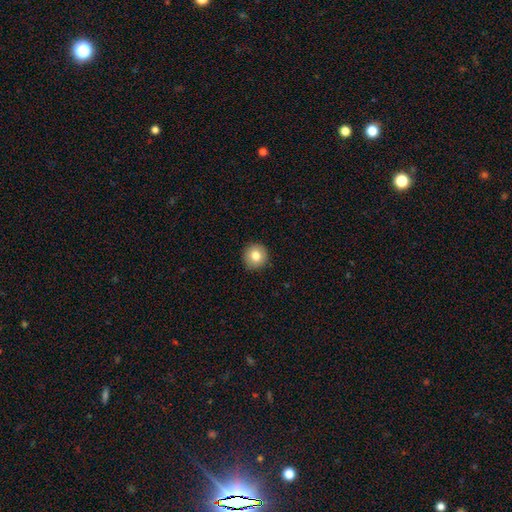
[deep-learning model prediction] Smooth or featured?
  - smooth: 81% *
  - featured or disk: 10%
  - star or artifact: 9%
How rounded?
  - round: 94% *
  - in between: 5%
  - cigar-shaped: 1%
Merging?
  - none: 91% *
  - minor disturbance: 7%
  - major disturbance: 2%
  - merger: 1%